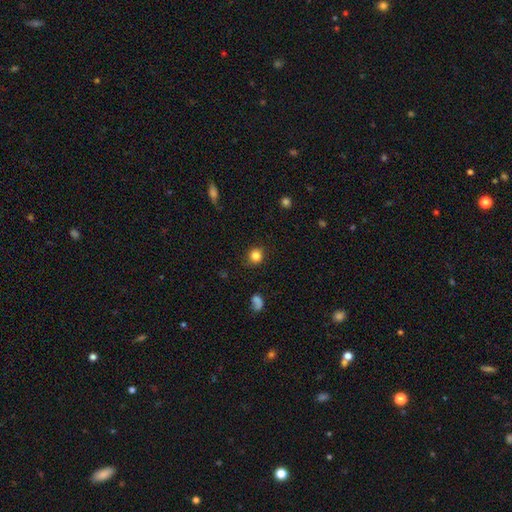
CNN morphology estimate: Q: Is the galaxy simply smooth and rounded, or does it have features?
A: smooth — 83%.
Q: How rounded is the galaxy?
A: round — 87%.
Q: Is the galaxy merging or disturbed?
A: none — 88%.